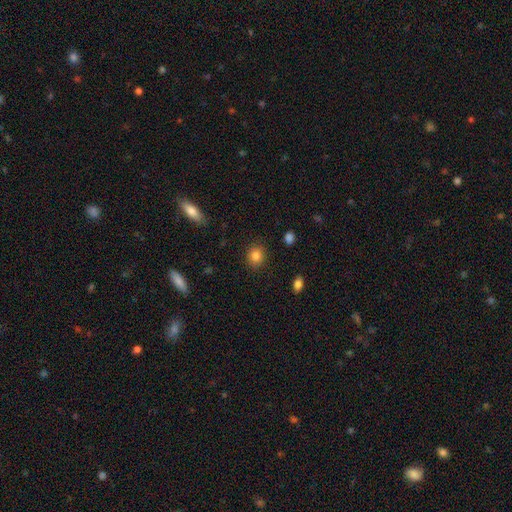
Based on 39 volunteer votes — smooth-or-featured: smooth: 87% | star or artifact: 10% | featured or disk: 3%
  how-rounded: round: 62% | in between: 38% | cigar-shaped: 0%
  merging: none: 86% | minor disturbance: 9% | merger: 6% | major disturbance: 0%